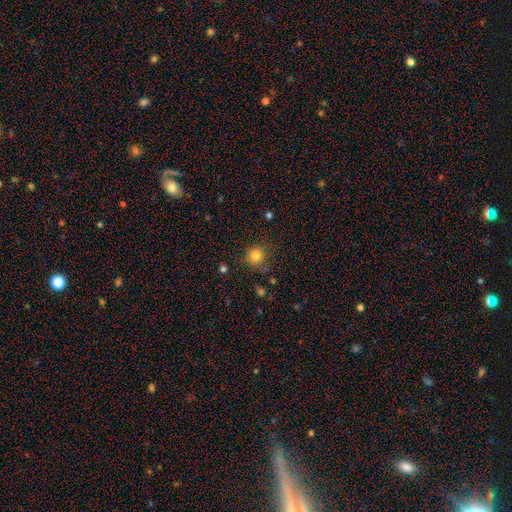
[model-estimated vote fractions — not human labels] This appears to be a smooth galaxy with no disk features (81%) that is round (89%). Merging: none (78%).